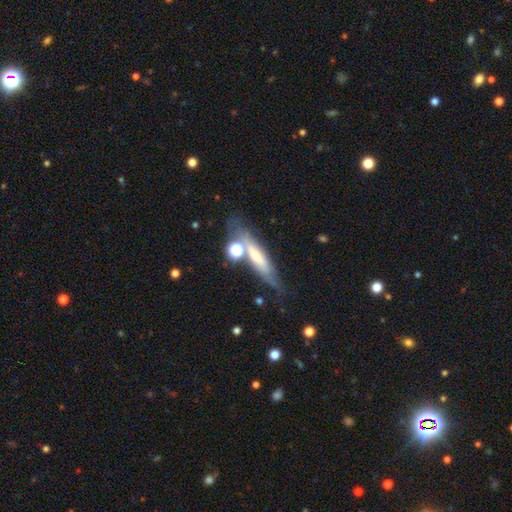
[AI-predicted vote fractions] Smooth or featured?
  - featured or disk: 47% *
  - smooth: 43%
  - star or artifact: 10%
Merging?
  - none: 58% *
  - minor disturbance: 19%
  - merger: 15%
  - major disturbance: 9%